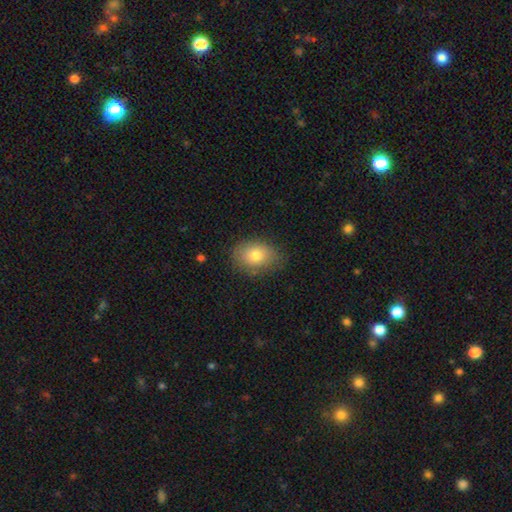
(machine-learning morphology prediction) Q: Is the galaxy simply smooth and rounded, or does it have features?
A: smooth — 78%.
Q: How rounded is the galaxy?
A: in between — 72%.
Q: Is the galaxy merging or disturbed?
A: none — 78%.